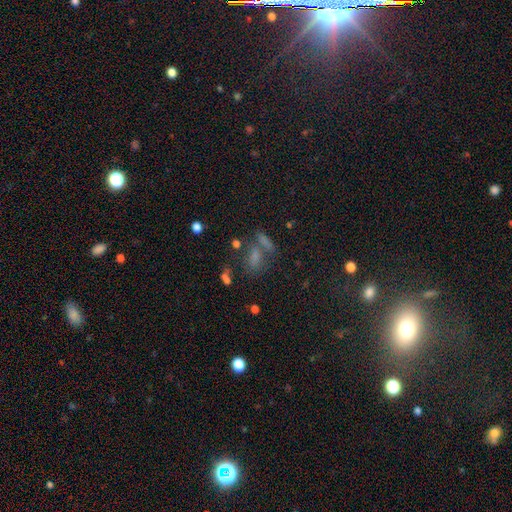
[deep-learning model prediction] A smooth galaxy with no disk features (52%) that is in between round and cigar-shaped (63%). Merging: none (51%).